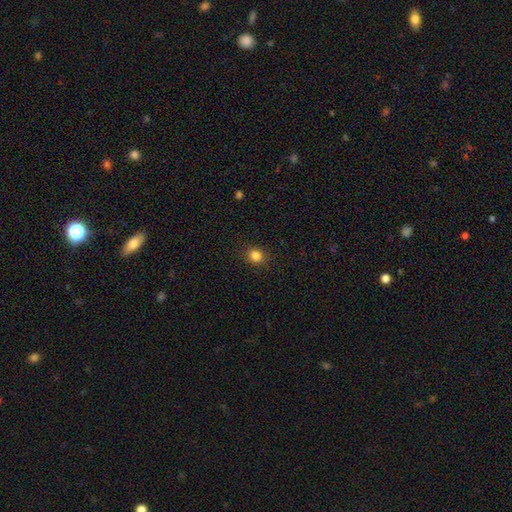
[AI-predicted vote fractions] Smooth or featured? smooth (84%)
How rounded? round (82%)
Merging? none (89%)